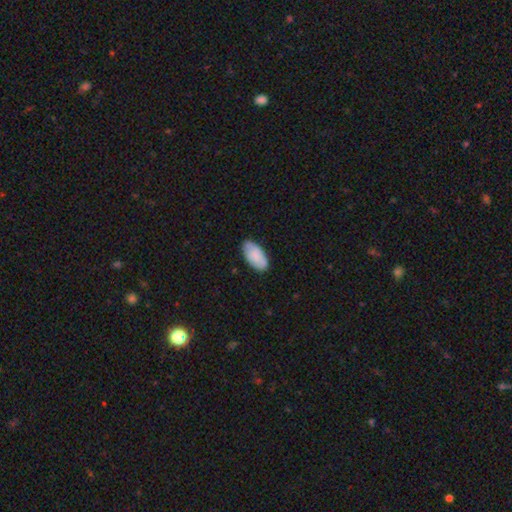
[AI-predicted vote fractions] smooth_or_featured: smooth (p=0.82) [alt: featured or disk p=0.12]
how_rounded: in between (p=0.95) [alt: cigar-shaped p=0.03]
merging: none (p=0.79) [alt: minor disturbance p=0.18]